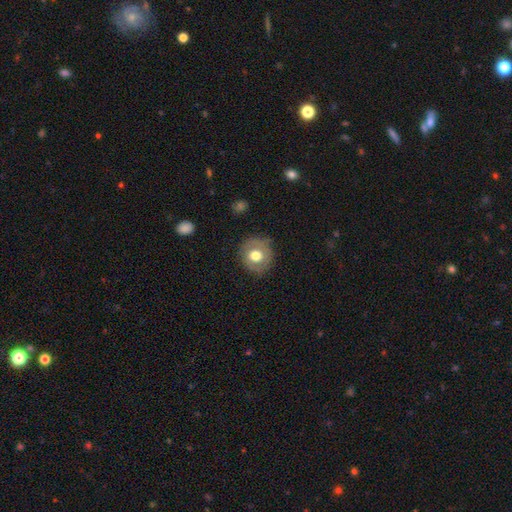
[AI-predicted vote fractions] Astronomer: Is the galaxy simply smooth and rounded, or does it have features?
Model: smooth — 62%.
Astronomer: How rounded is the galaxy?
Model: round — 87%.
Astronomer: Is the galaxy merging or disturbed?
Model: none — 81%.